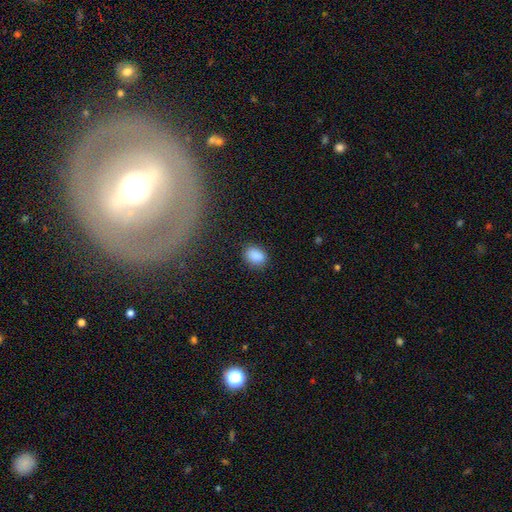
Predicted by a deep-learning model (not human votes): The model was most divided on "how rounded": in between: 67%, round: 32%, cigar-shaped: 1%. More confident: smooth or featured — smooth (87%); merging — none (82%).